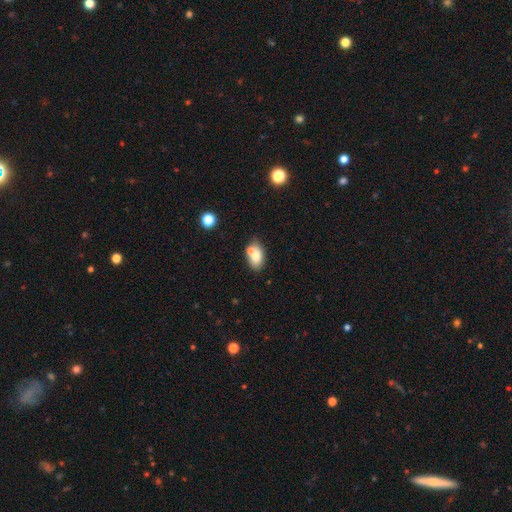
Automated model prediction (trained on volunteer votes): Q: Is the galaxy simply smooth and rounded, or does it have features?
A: smooth — 74%.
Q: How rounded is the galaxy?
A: in between — 87%.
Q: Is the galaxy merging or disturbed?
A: none — 55%.